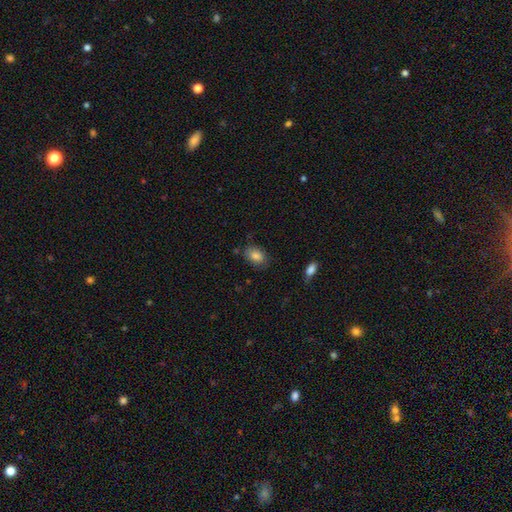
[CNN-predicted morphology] Smooth or featured?
  - smooth: 84% *
  - star or artifact: 8%
  - featured or disk: 8%
How rounded?
  - in between: 85% *
  - round: 14%
  - cigar-shaped: 1%
Merging?
  - none: 78% *
  - minor disturbance: 16%
  - major disturbance: 4%
  - merger: 3%